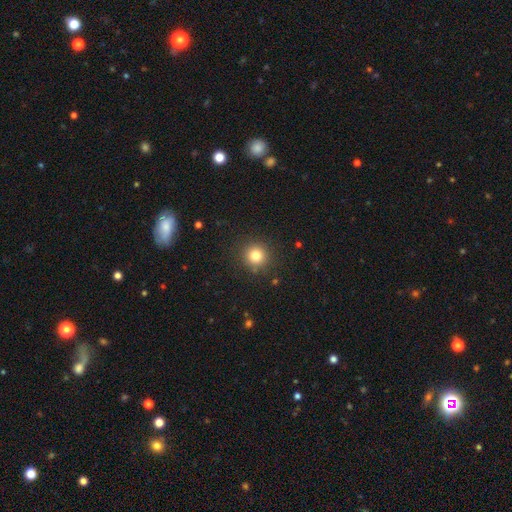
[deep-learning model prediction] This appears to be a smooth galaxy with no disk features (80%) that is round (94%). Merging: none (90%).